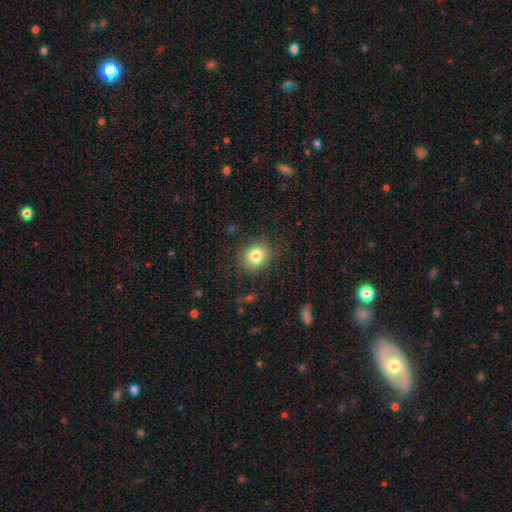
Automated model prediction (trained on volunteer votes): This appears to be a smooth galaxy with no disk features (81%) that is round (78%). Merging: none (83%).